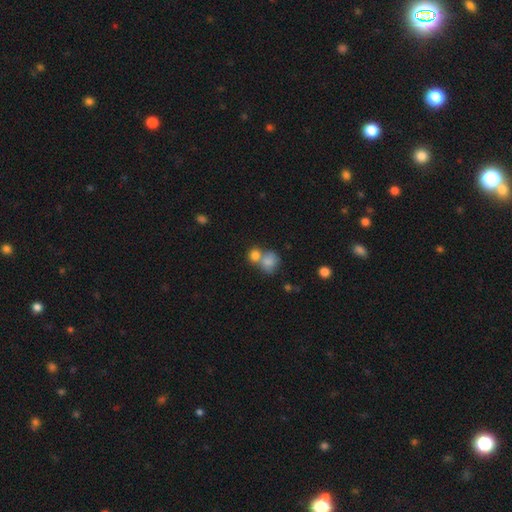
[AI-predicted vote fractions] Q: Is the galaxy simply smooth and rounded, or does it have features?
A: smooth — 80%.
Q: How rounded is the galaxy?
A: round — 75%.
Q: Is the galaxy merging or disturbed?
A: merger — 50%.